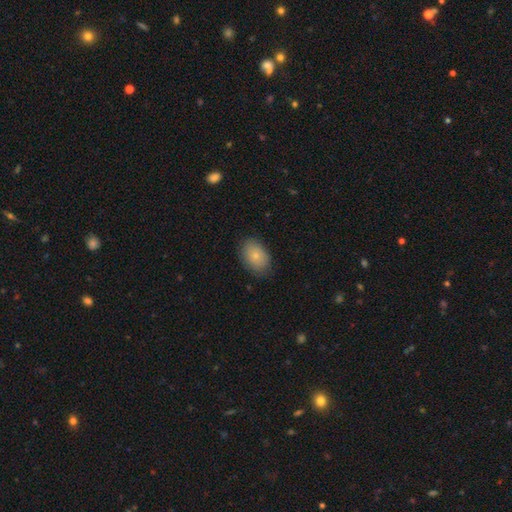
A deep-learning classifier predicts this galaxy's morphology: Q: Smooth or featured?
A: smooth (80%); runner-up: featured or disk (12%)
Q: How rounded?
A: in between (83%); runner-up: round (16%)
Q: Merging?
A: none (82%); runner-up: minor disturbance (14%)